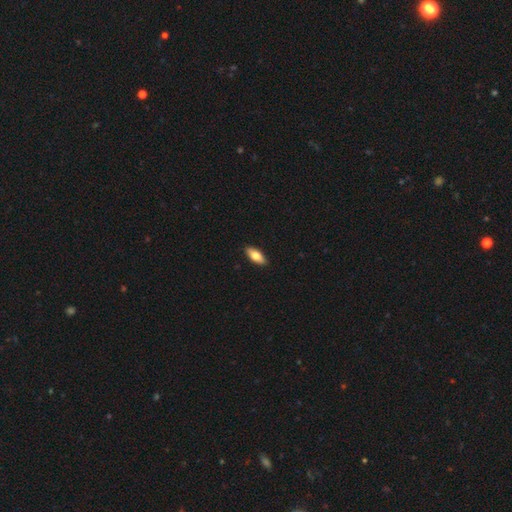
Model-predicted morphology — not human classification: Q: Smooth or featured?
A: smooth (74%); runner-up: featured or disk (20%)
Q: How rounded?
A: in between (81%); runner-up: cigar-shaped (17%)
Q: Merging?
A: none (90%); runner-up: minor disturbance (7%)